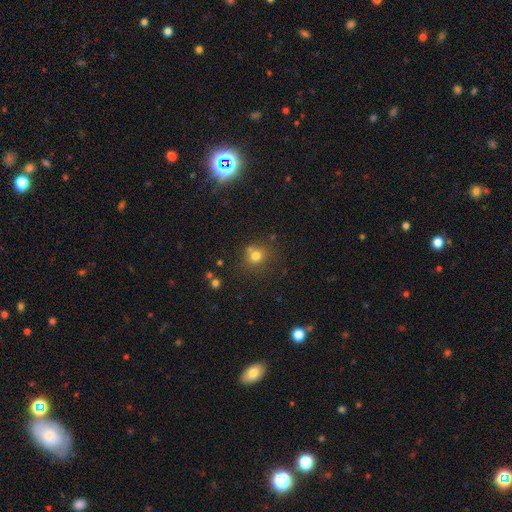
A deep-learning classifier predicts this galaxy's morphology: A smooth galaxy with no disk features (74%) that is round (82%).

Vote fractions:
- Smooth or featured? smooth: 74% / star or artifact: 16% / featured or disk: 10%
- How rounded? round: 82% / in between: 18% / cigar-shaped: 1%
- Merging? none: 64% / merger: 16% / minor disturbance: 14% / major disturbance: 5%